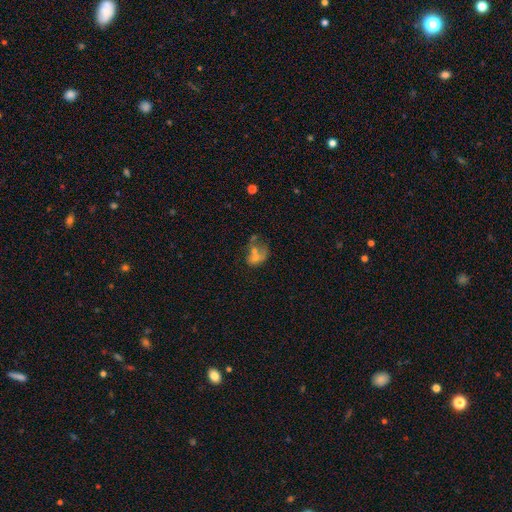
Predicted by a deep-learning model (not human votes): Q: Smooth or featured?
A: smooth (47%); runner-up: featured or disk (40%)
Q: Merging?
A: merger (47%); runner-up: major disturbance (21%)